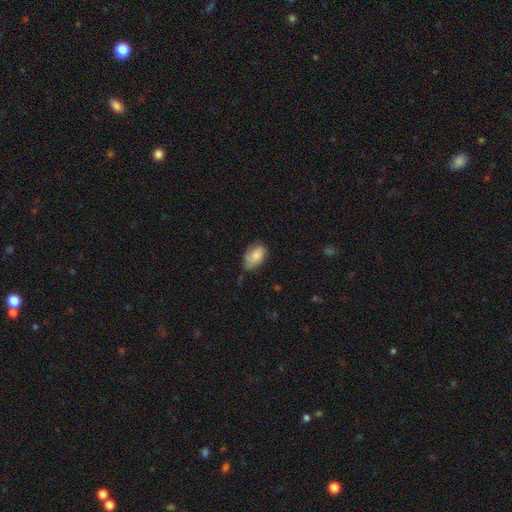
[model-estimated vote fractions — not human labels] A smooth galaxy with no disk features (69%) that is in between round and cigar-shaped (90%).

Vote fractions:
- Smooth or featured? smooth: 69% / featured or disk: 24% / star or artifact: 7%
- How rounded? in between: 90% / round: 9% / cigar-shaped: 2%
- Merging? none: 54% / minor disturbance: 35% / major disturbance: 9% / merger: 2%